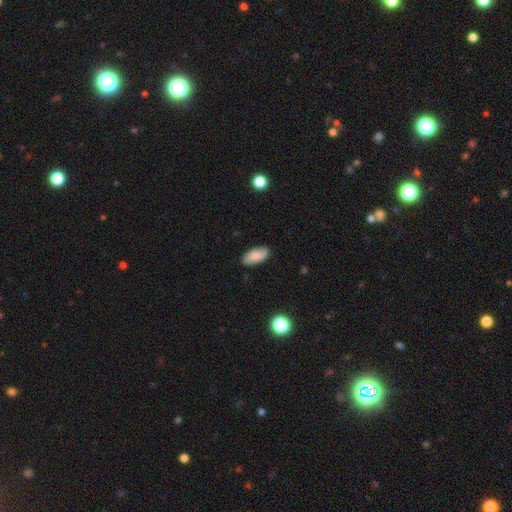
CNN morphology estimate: smooth 79%, featured or disk 14%, star or artifact 7%. Down the decision tree: how rounded — in between (89%); merging — none (85%).